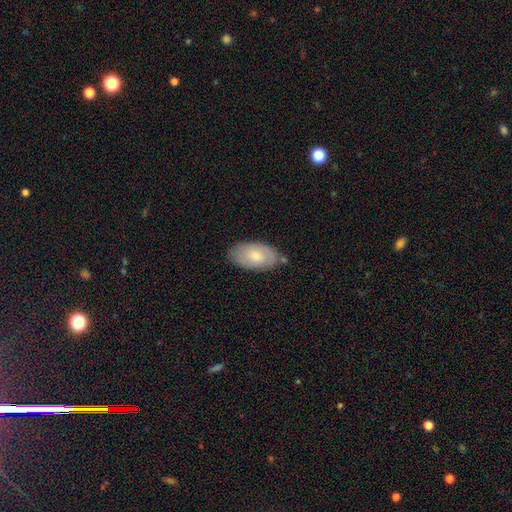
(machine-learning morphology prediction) Smooth or featured?
  - smooth: 64% *
  - featured or disk: 30%
  - star or artifact: 6%
How rounded?
  - in between: 94% *
  - round: 4%
  - cigar-shaped: 2%
Merging?
  - none: 78% *
  - minor disturbance: 15%
  - merger: 3%
  - major disturbance: 3%